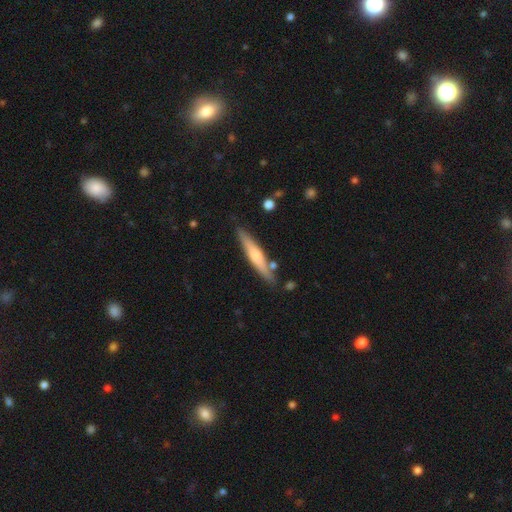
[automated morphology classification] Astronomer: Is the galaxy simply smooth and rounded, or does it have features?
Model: smooth — 52% (runner-up: featured or disk, 43%).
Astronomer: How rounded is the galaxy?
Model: cigar-shaped — 91%.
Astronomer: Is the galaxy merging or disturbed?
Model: none — 82%.